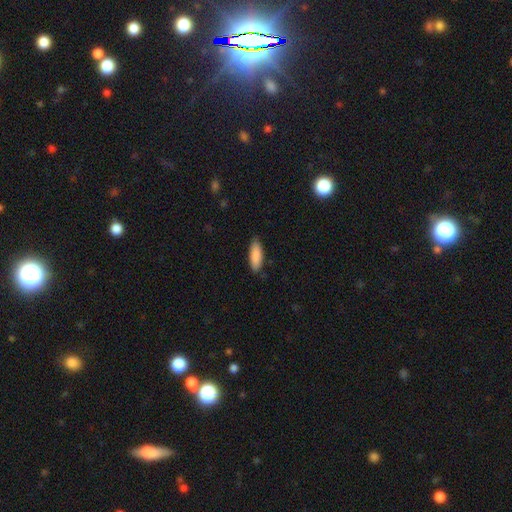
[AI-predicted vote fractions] This appears to be a smooth galaxy with no disk features (89%) that is in between round and cigar-shaped (62%). Merging: none (85%).